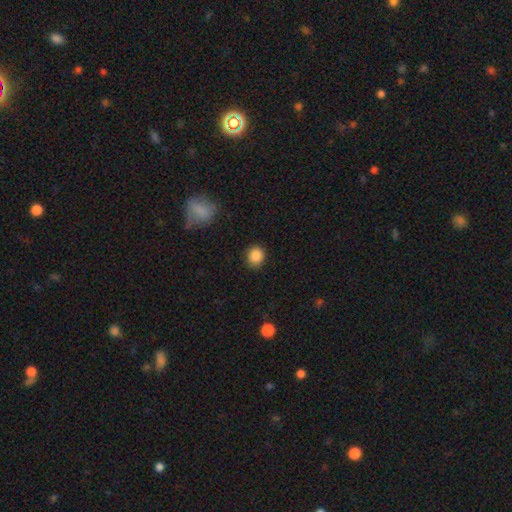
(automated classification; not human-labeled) Overall: smooth (87%). How rounded: round (74%). Merging: none (86%).